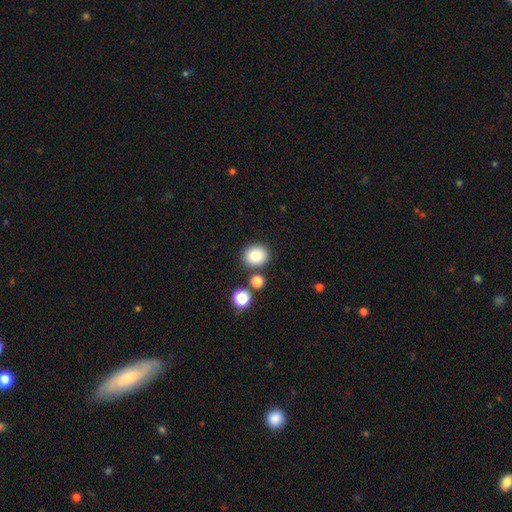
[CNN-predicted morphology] The model was most divided on "how rounded": round: 71%, in between: 29%, cigar-shaped: 1%. More confident: smooth or featured — smooth (83%); merging — none (82%).